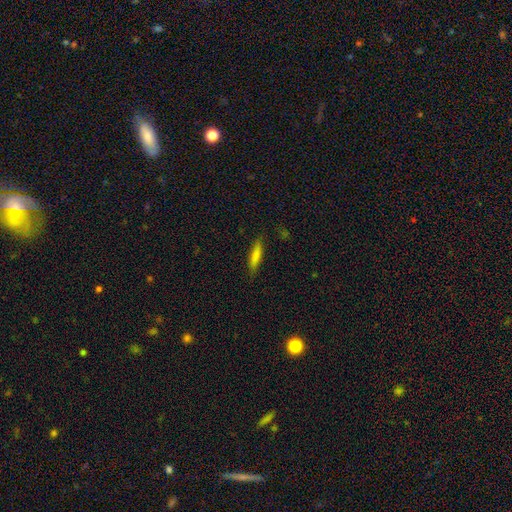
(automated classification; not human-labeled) A smooth galaxy with no disk features (79%) that is cigar-shaped (82%). Merging: none (84%).